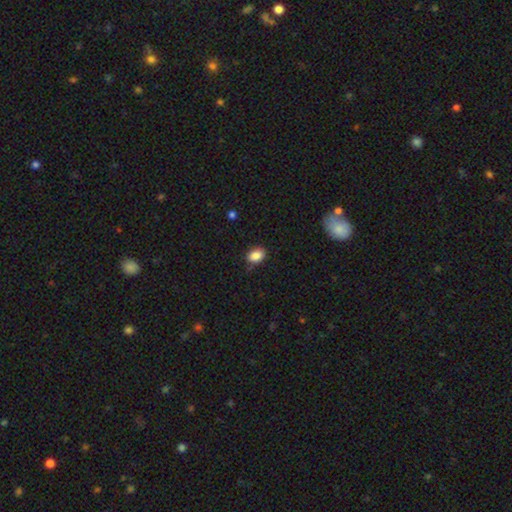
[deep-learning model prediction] smooth_or_featured: smooth (p=0.87) [alt: star or artifact p=0.08]
how_rounded: in between (p=0.80) [alt: round p=0.19]
merging: none (p=0.78) [alt: minor disturbance p=0.17]